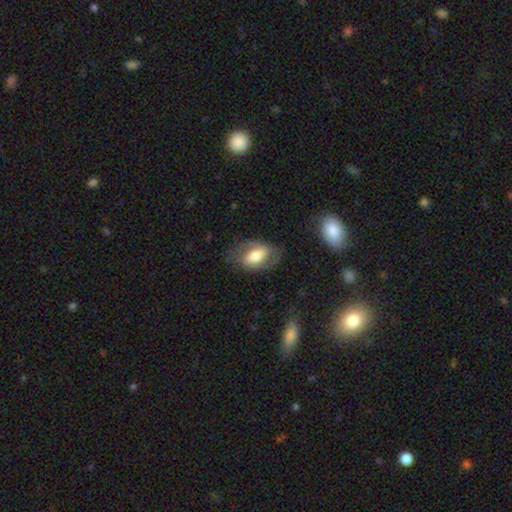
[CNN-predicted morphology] type=featured or disk (48%); merging=none (69%).